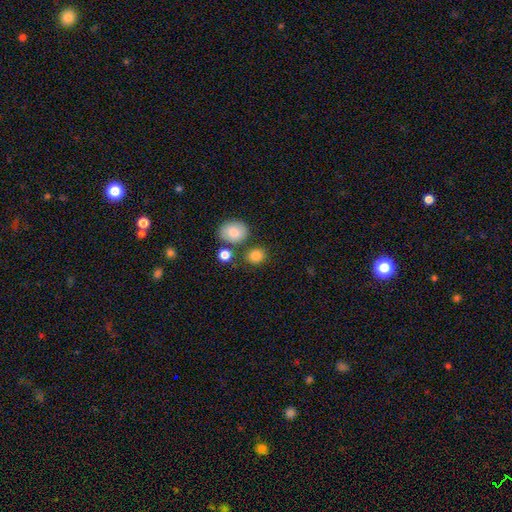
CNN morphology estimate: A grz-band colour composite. It shows a smooth galaxy with no disk features (84%) that is round (71%). Merging: none (72%).